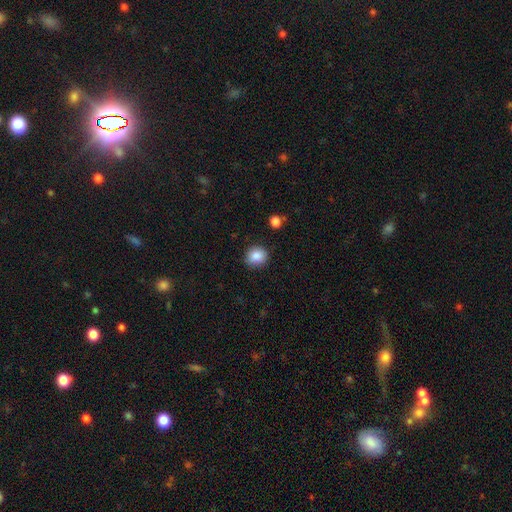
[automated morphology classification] The model was most divided on "how rounded": round: 79%, in between: 21%, cigar-shaped: 1%. More confident: smooth or featured — smooth (86%); merging — none (84%).